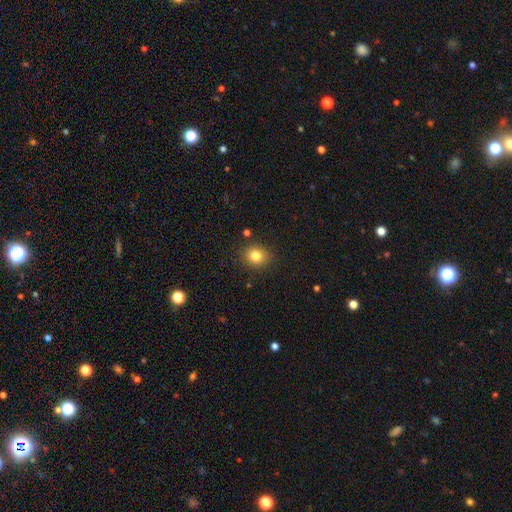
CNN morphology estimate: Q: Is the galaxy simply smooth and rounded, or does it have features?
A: smooth — 82%.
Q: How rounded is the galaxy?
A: round — 73%.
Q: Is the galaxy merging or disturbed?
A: none — 87%.